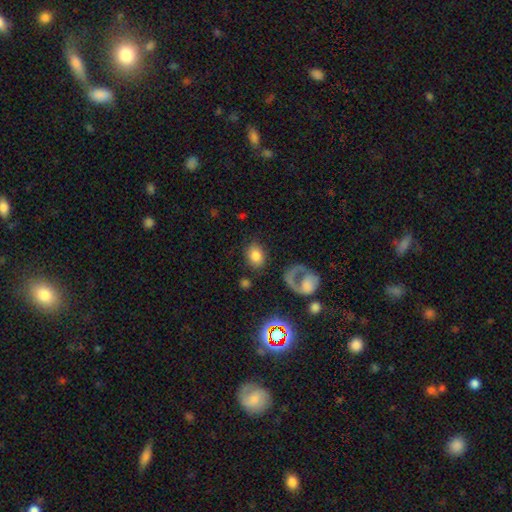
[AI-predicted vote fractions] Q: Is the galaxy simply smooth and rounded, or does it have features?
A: smooth — 76%.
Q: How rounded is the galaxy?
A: in between — 58%.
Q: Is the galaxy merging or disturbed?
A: none — 73%.